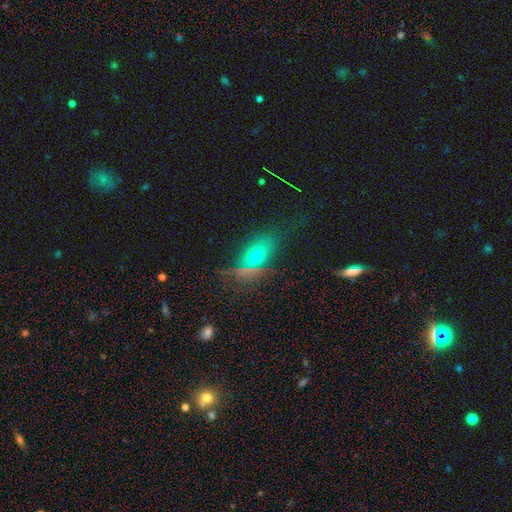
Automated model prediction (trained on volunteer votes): smooth_or_featured: smooth (p=0.64) [alt: star or artifact p=0.21]
how_rounded: in between (p=0.77) [alt: round p=0.17]
merging: none (p=0.73) [alt: minor disturbance p=0.15]